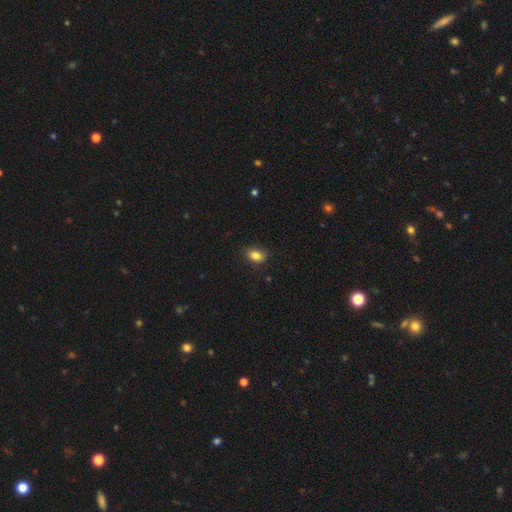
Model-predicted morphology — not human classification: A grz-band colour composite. It shows a smooth galaxy with no disk features (84%) that is in between round and cigar-shaped (83%). Merging: none (85%).